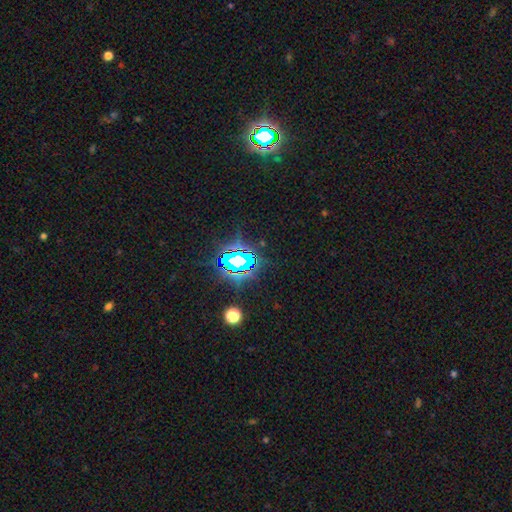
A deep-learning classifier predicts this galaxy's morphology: This is clearly a star or artifact rather than a galaxy (82%).